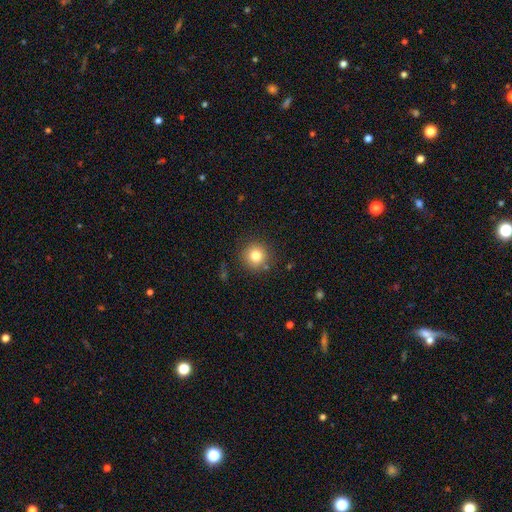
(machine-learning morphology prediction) Smooth or featured?
  - smooth: 80% *
  - star or artifact: 12%
  - featured or disk: 8%
How rounded?
  - round: 94% *
  - in between: 5%
  - cigar-shaped: 1%
Merging?
  - none: 87% *
  - minor disturbance: 8%
  - major disturbance: 3%
  - merger: 2%